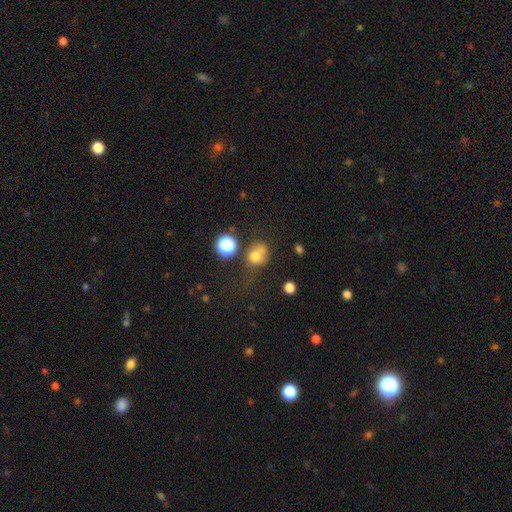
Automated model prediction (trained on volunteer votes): This appears to be a smooth galaxy with no disk features (69%) that is round (55%). Merging: none (39%).